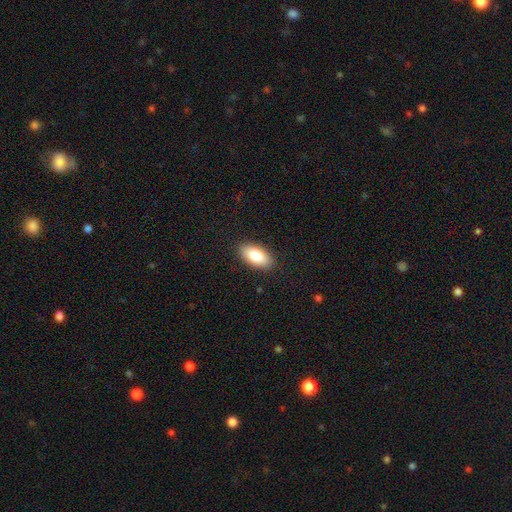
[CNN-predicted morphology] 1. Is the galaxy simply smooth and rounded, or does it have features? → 85% smooth, 9% featured or disk, 6% star or artifact.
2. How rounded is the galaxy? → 92% in between, 6% cigar-shaped, 3% round.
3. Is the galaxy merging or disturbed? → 89% none, 8% minor disturbance, 2% major disturbance, 1% merger.